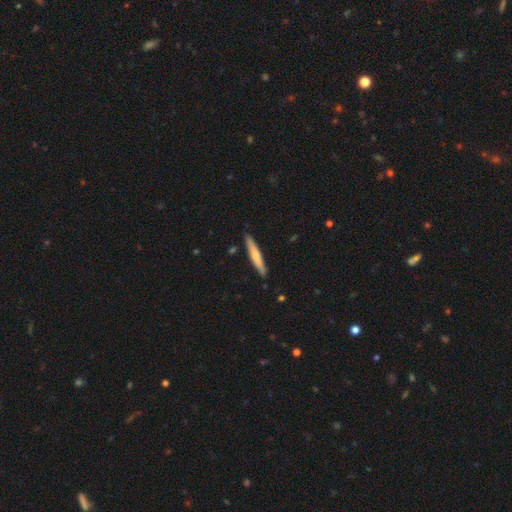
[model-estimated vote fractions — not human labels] Smooth or featured?
  - smooth: 60% *
  - featured or disk: 35%
  - star or artifact: 5%
How rounded?
  - cigar-shaped: 94% *
  - in between: 5%
  - round: 1%
Merging?
  - none: 88% *
  - minor disturbance: 9%
  - merger: 2%
  - major disturbance: 1%